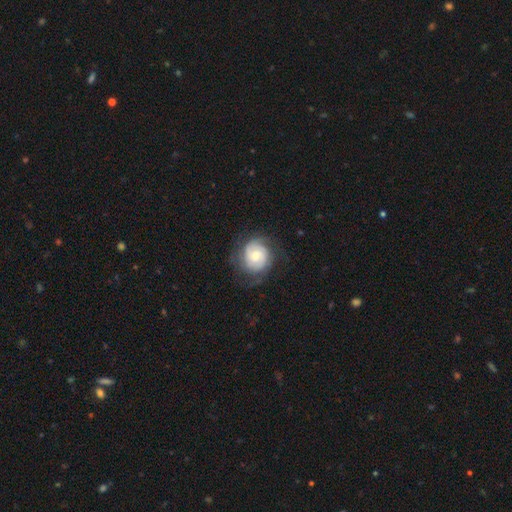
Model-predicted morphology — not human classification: This appears to be a featured or disk galaxy (61%) with no bar (66%), 2 (52%) tight (55%) spiral arms (90%) and a moderate central bulge (42%). Merging: none (66%).